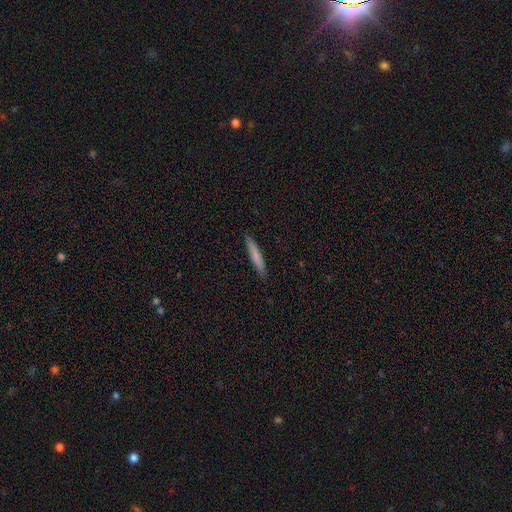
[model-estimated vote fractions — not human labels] Q: Smooth or featured?
A: smooth (76%); runner-up: featured or disk (19%)
Q: How rounded?
A: cigar-shaped (95%); runner-up: in between (4%)
Q: Merging?
A: none (91%); runner-up: minor disturbance (7%)